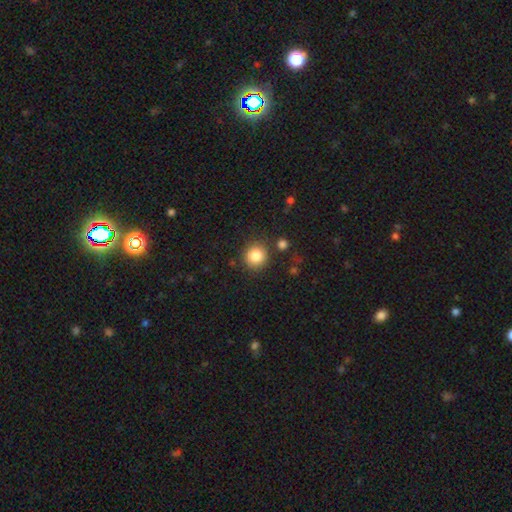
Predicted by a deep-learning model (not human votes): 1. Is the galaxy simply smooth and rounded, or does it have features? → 84% smooth, 10% star or artifact, 6% featured or disk.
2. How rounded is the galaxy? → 91% round, 8% in between, 1% cigar-shaped.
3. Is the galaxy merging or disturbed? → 85% none, 8% minor disturbance, 4% merger, 3% major disturbance.